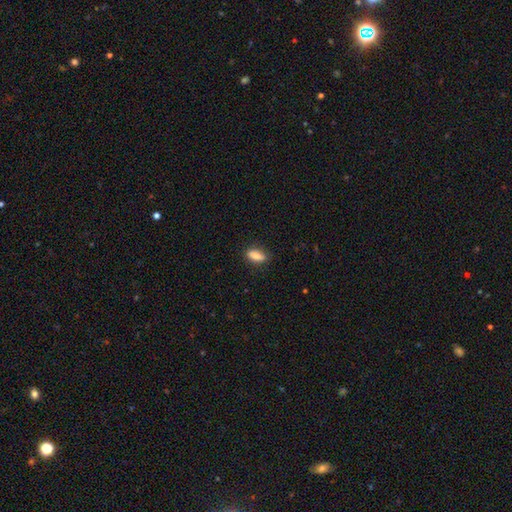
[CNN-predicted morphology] This appears to be a smooth galaxy with no disk features (82%) that is in between round and cigar-shaped (69%). Merging: none (82%).